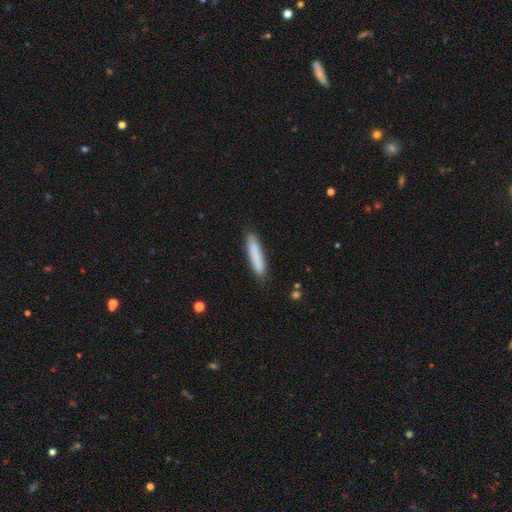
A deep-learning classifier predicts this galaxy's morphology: smooth 82%, featured or disk 11%, star or artifact 6%. Down the decision tree: how rounded — cigar-shaped (89%); merging — none (87%).